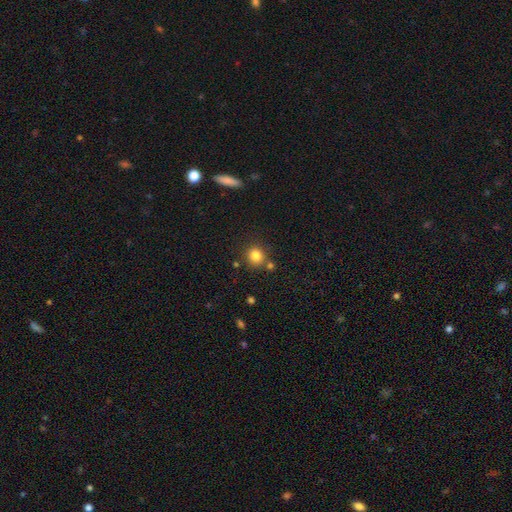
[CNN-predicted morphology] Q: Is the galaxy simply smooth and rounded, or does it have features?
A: smooth — 83%.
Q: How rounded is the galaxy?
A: round — 85%.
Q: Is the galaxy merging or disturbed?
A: none — 74%.